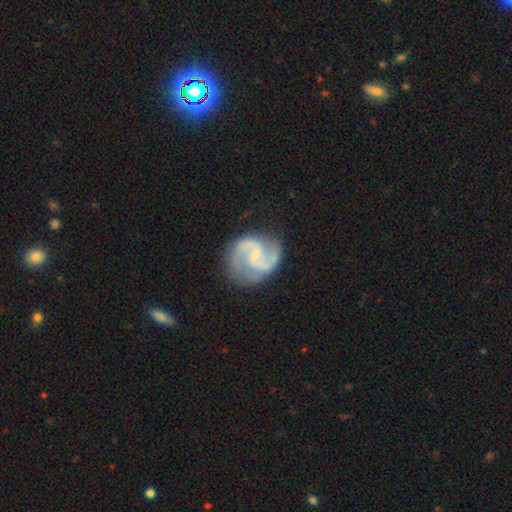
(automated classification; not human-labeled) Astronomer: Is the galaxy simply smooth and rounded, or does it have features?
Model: featured or disk — 89%.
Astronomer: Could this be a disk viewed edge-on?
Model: no — 98%.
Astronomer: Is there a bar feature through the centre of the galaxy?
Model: weak — 49% (runner-up: no, 37%).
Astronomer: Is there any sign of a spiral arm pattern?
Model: yes — 97%.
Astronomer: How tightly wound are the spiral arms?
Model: medium — 59%.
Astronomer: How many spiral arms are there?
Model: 2 — 92%.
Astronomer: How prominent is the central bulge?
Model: small — 68%.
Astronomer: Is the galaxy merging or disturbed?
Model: none — 77%.